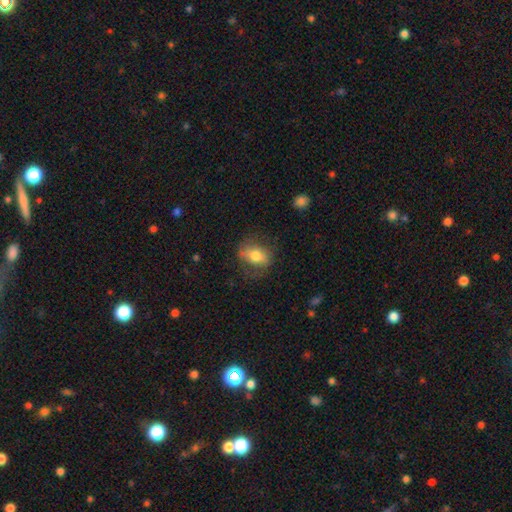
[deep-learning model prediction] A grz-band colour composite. It shows a smooth galaxy with no disk features (63%) that is in between round and cigar-shaped (73%). Merging: none (72%).